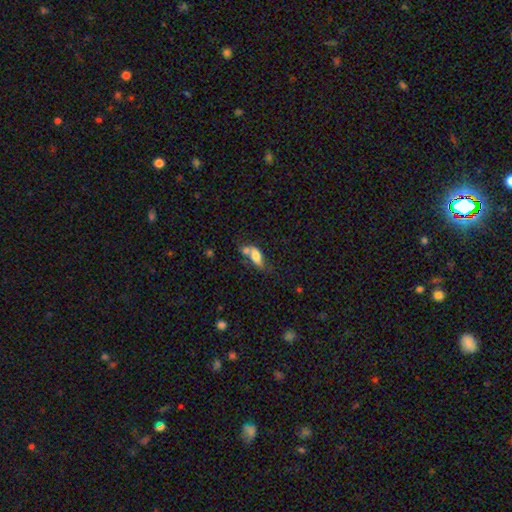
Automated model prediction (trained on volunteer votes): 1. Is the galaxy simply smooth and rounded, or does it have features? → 68% smooth, 24% featured or disk, 8% star or artifact.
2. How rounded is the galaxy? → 81% in between, 14% cigar-shaped, 5% round.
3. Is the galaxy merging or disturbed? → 41% merger, 28% none, 18% minor disturbance, 12% major disturbance.